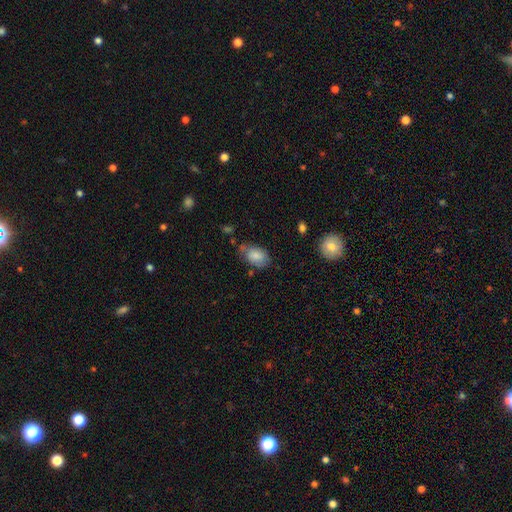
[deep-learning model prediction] Smooth or featured? smooth (80%)
How rounded? in between (89%)
Merging? none (58%)